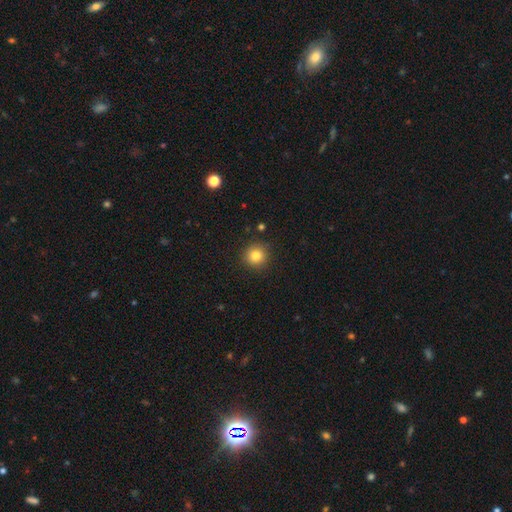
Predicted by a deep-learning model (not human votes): Smooth or featured? smooth (82%)
How rounded? round (94%)
Merging? none (90%)